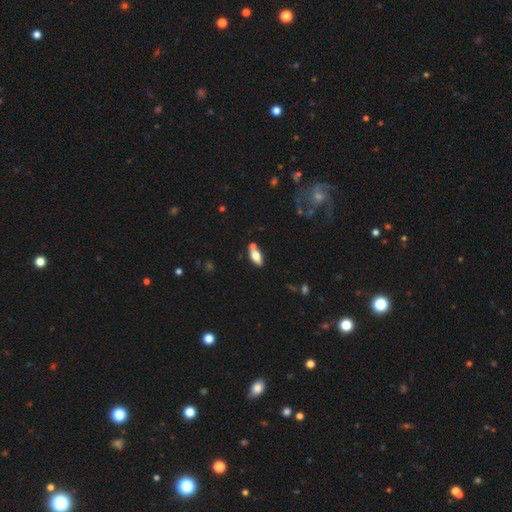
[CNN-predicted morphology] The model was most divided on "smooth or featured": smooth: 62%, featured or disk: 30%, star or artifact: 7%. More confident: how rounded — in between (79%); merging — none (68%).